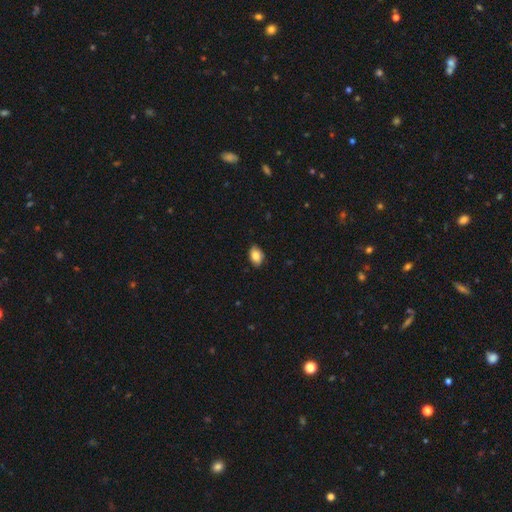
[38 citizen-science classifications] smooth-or-featured: smooth: 87% | featured or disk: 11% | star or artifact: 3%
  how-rounded: in between: 82% | round: 15% | cigar-shaped: 3%
  merging: none: 73% | minor disturbance: 22% | major disturbance: 3% | merger: 3%